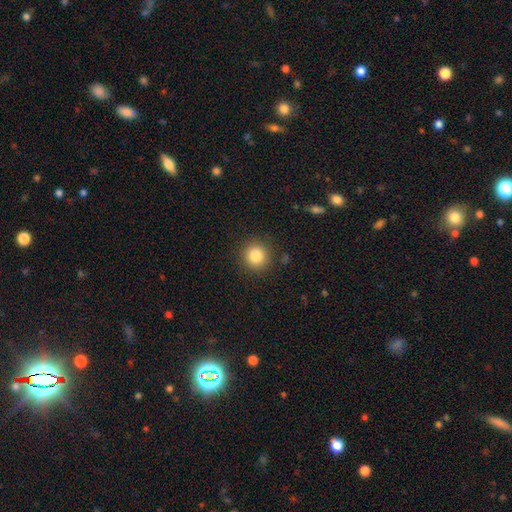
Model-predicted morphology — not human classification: smooth-or-featured: smooth: 84% | star or artifact: 10% | featured or disk: 6%
  how-rounded: round: 94% | in between: 5% | cigar-shaped: 1%
  merging: none: 90% | minor disturbance: 7% | major disturbance: 2% | merger: 1%